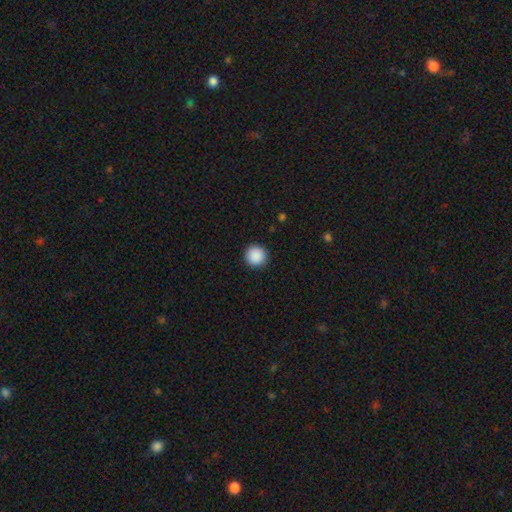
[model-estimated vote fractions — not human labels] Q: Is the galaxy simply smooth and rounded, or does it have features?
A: smooth — 89%.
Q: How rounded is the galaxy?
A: round — 96%.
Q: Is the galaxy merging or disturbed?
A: none — 92%.